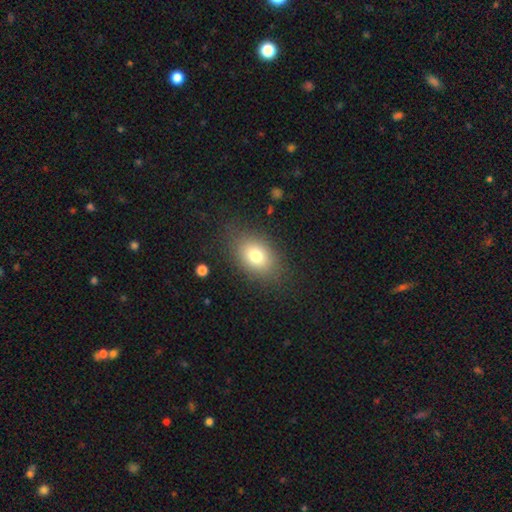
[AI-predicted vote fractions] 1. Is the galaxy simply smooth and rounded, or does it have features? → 76% smooth, 13% featured or disk, 11% star or artifact.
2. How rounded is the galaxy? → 74% in between, 25% round, 1% cigar-shaped.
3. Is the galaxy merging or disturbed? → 79% none, 13% minor disturbance, 6% major disturbance, 1% merger.